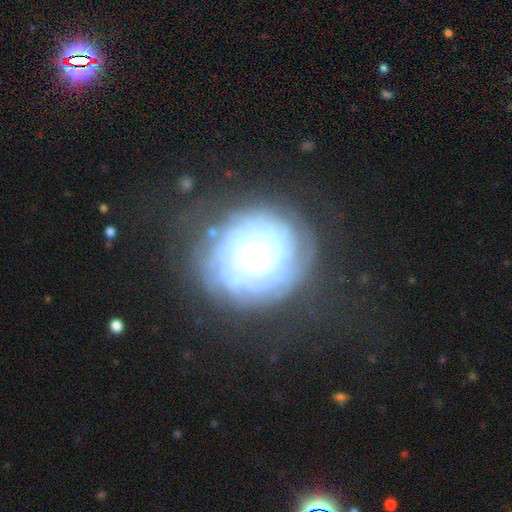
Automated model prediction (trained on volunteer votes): Overall: featured or disk (81%). Edge-on disk: no (97%). Bar: no (78%). Spiral arms: yes (94%). Spiral arm count: can't tell (43%; more than 4 14%). Spiral winding: tight (83%). Bulge size: moderate (53%; small 36%). Merging: none (74%).